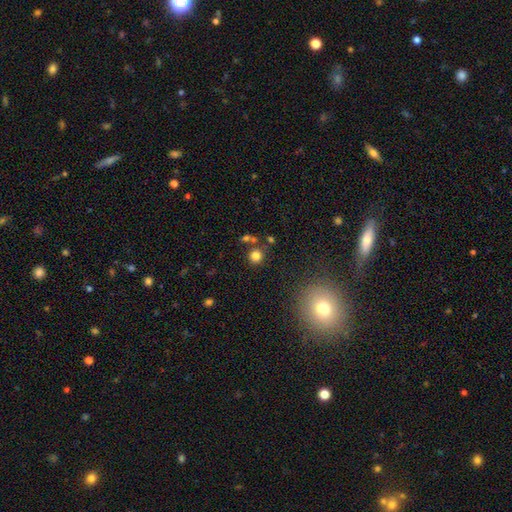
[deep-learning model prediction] A smooth galaxy with no disk features (80%) that is round (90%). Merging: none (77%).